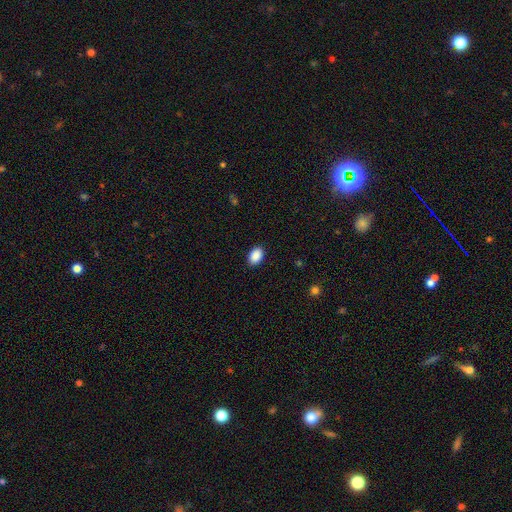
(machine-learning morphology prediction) Q: Smooth or featured?
A: smooth (90%); runner-up: star or artifact (7%)
Q: How rounded?
A: in between (85%); runner-up: round (14%)
Q: Merging?
A: none (89%); runner-up: minor disturbance (8%)